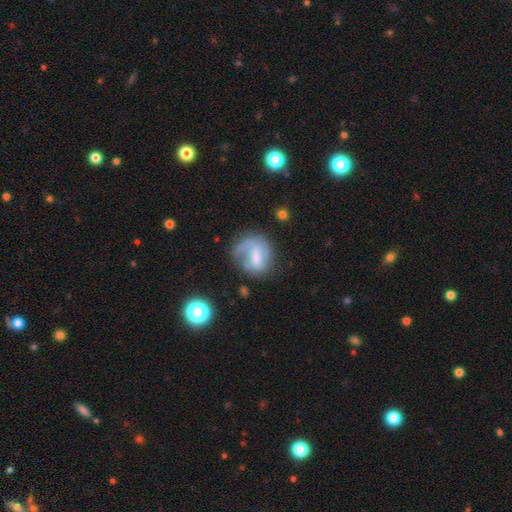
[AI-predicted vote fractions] Smooth or featured?
  - featured or disk: 53% *
  - smooth: 38%
  - star or artifact: 9%
Edge-on disk?
  - no: 96% *
  - yes: 4%
Bar?
  - weak: 47% *
  - no: 27%
  - strong: 26%
Spiral arms?
  - yes: 66% *
  - no: 34%
Bulge size?
  - moderate: 36% *
  - small: 28%
  - none: 25%
  - large: 9%
  - dominant: 2%
Merging?
  - none: 44% *
  - major disturbance: 27%
  - minor disturbance: 25%
  - merger: 5%